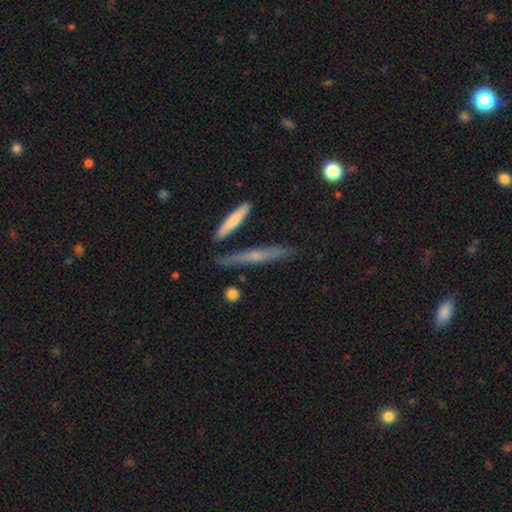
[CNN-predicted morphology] type=featured or disk (51%); edge-on=yes (92%); merging=none (81%).